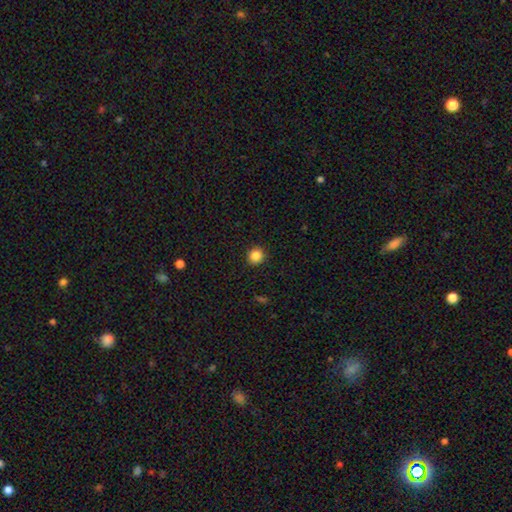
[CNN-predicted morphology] type=smooth (85%); roundness=round (87%); merging=none (92%).